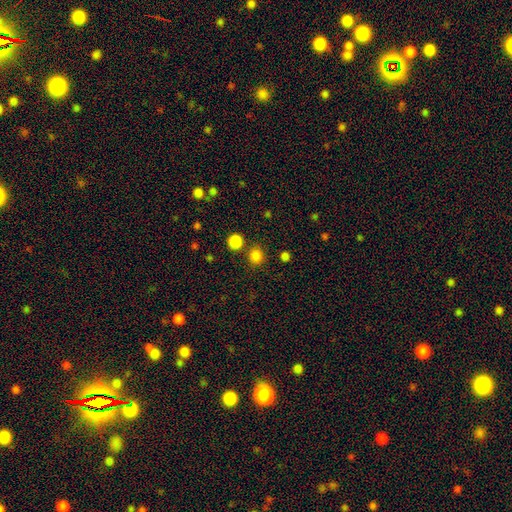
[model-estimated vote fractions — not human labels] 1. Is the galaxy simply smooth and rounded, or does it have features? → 82% smooth, 14% star or artifact, 3% featured or disk.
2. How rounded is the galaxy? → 86% round, 13% in between, 1% cigar-shaped.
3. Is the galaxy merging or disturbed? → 79% none, 10% merger, 8% minor disturbance, 3% major disturbance.